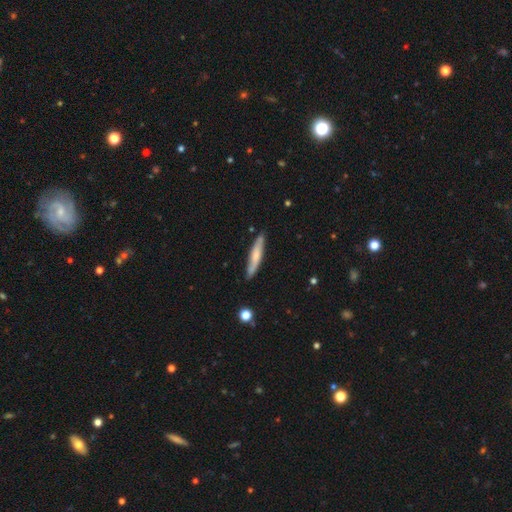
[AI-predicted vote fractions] Morphology: type=smooth (56%); roundness=cigar-shaped (90%); merging=none (83%).